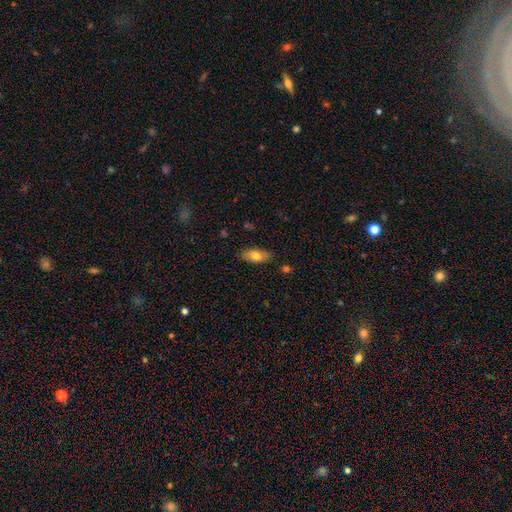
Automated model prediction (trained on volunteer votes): smooth_or_featured: smooth (p=0.74) [alt: featured or disk p=0.19]
how_rounded: in between (p=0.87) [alt: cigar-shaped p=0.09]
merging: none (p=0.83) [alt: minor disturbance p=0.13]